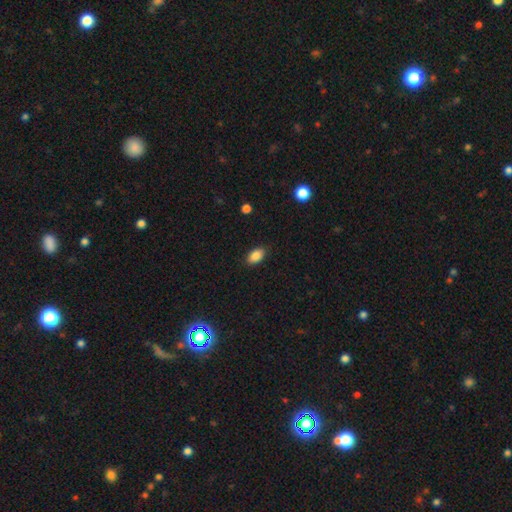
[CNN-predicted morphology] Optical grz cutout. It shows a smooth galaxy with no disk features (87%) that is in between round and cigar-shaped (90%). Merging: none (86%).